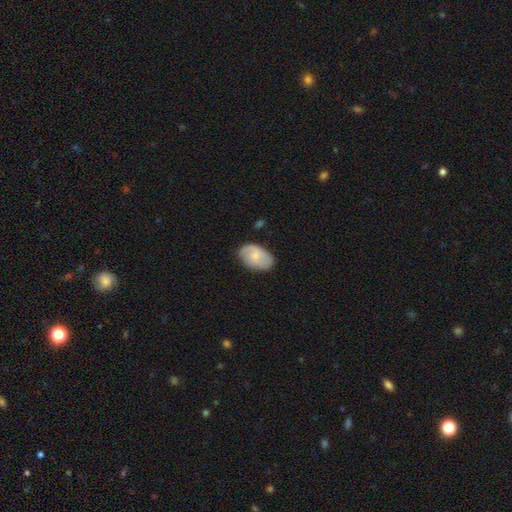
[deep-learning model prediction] smooth_or_featured: smooth (p=0.54) [alt: featured or disk p=0.39]
how_rounded: in between (p=0.88) [alt: round p=0.11]
merging: none (p=0.74) [alt: minor disturbance p=0.20]